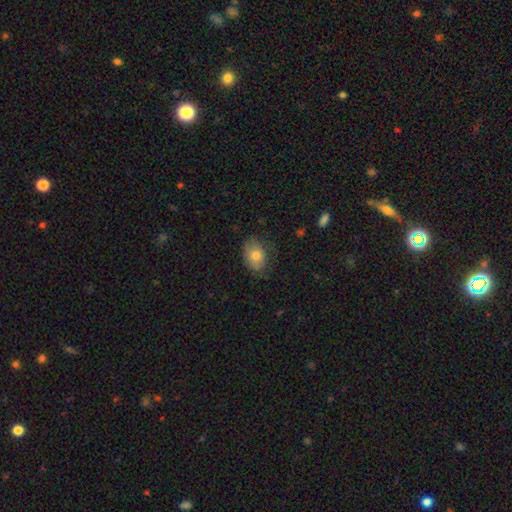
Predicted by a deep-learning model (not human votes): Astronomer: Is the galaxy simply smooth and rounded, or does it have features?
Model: smooth — 74%.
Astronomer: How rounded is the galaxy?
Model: in between — 76%.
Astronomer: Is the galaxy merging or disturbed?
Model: none — 68%.